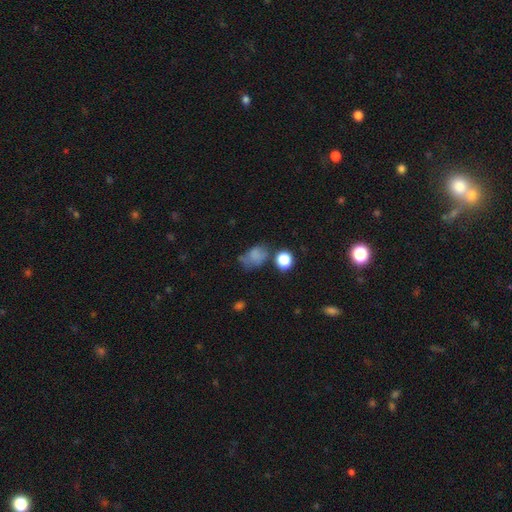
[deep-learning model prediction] Smooth or featured? smooth (71%)
How rounded? in between (65%)
Merging? none (38%)